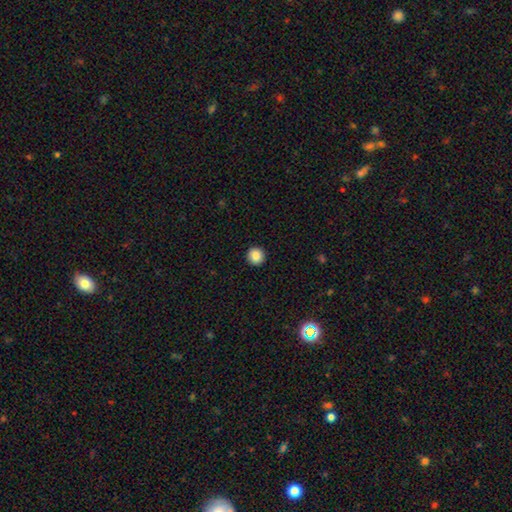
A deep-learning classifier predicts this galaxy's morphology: This is clearly a smooth galaxy (88%). How rounded: clearly round (95%). Merging: clearly none (93%).